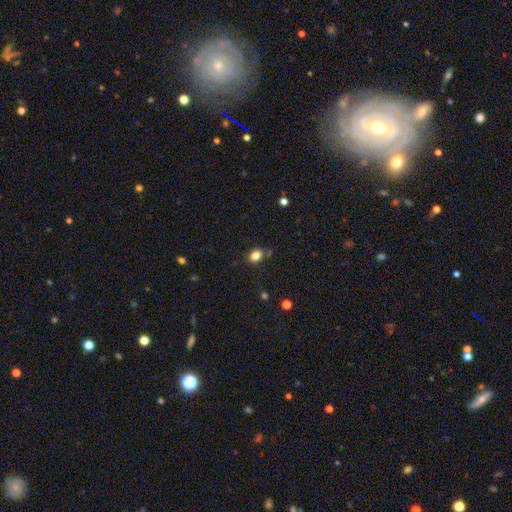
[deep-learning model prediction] Smooth or featured: smooth — 83% (star or artifact — 11%)
How rounded: in between — 58% (round — 41%)
Merging: none — 76% (minor disturbance — 15%)